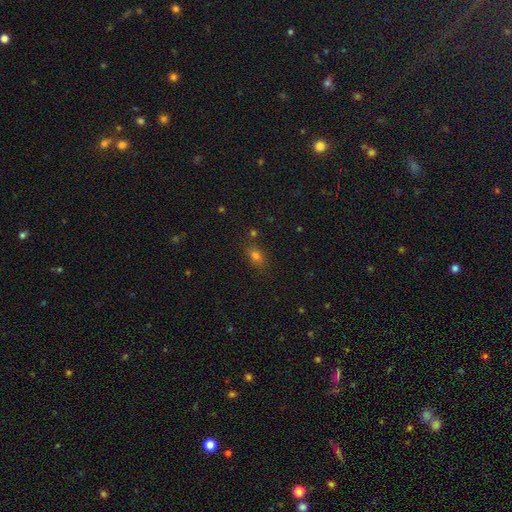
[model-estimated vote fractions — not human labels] smooth-or-featured: smooth: 70% | star or artifact: 20% | featured or disk: 9%
  how-rounded: in between: 64% | round: 33% | cigar-shaped: 4%
  merging: none: 77% | minor disturbance: 13% | merger: 7% | major disturbance: 4%